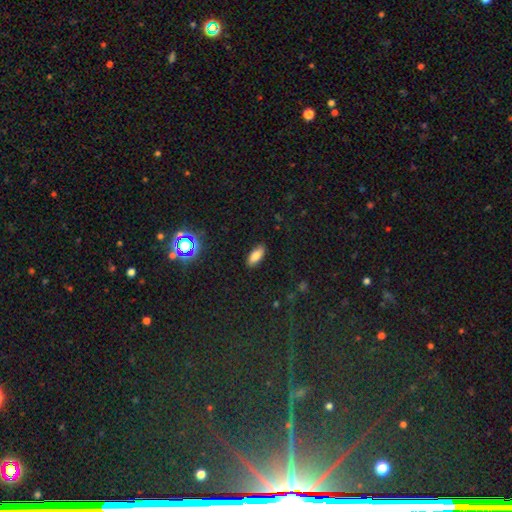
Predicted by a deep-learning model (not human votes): Morphology: type=smooth (79%); roundness=in between (83%); merging=none (88%).